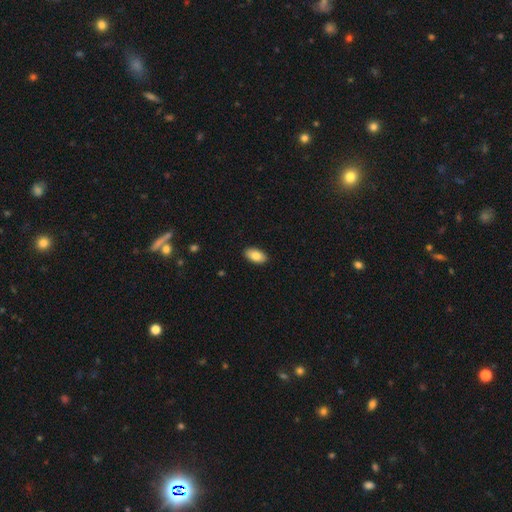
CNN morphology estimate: This is clearly a smooth galaxy (85%). How rounded: clearly in between (94%). Merging: clearly none (90%).